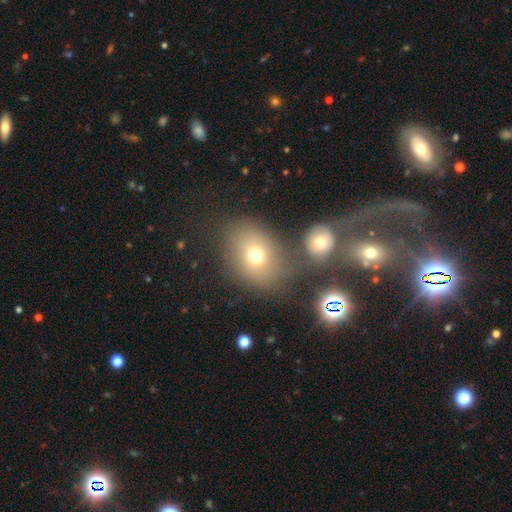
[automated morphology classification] Q: Smooth or featured?
A: smooth (69%); runner-up: featured or disk (17%)
Q: How rounded?
A: in between (52%); runner-up: round (47%)
Q: Merging?
A: none (60%); runner-up: merger (20%)